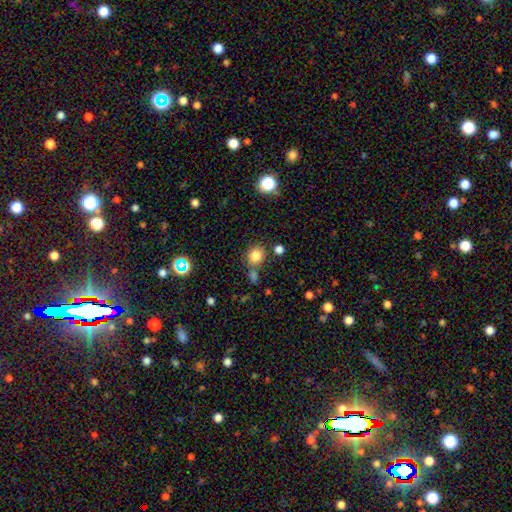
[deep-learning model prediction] Overall: smooth (82%). How rounded: round (83%). Merging: none (68%).